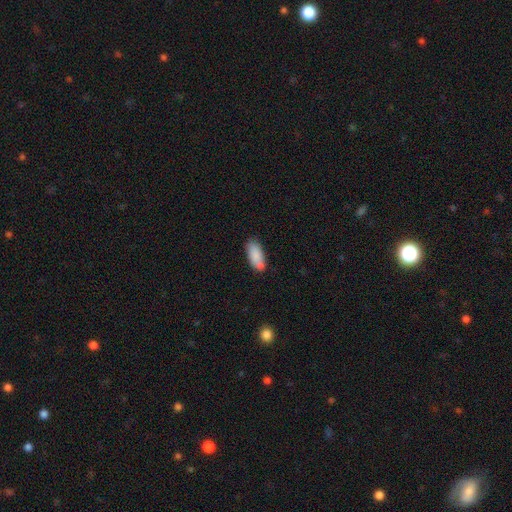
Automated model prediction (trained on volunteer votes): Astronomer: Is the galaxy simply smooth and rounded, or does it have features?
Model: smooth — 85%.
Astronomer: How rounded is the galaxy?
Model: in between — 85%.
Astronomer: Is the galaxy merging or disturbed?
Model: none — 69%.